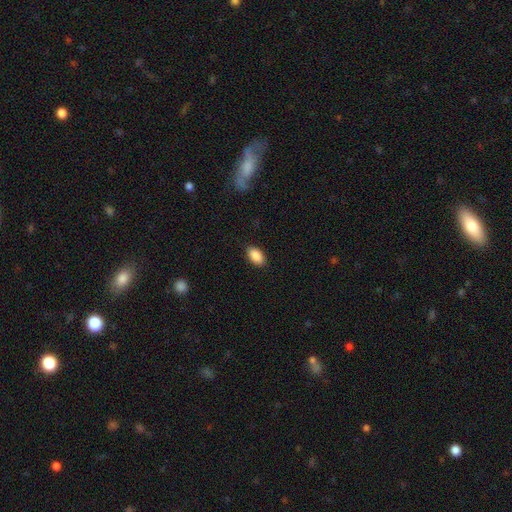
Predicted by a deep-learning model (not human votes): Smooth or featured?
  - smooth: 89% *
  - star or artifact: 7%
  - featured or disk: 4%
How rounded?
  - in between: 93% *
  - round: 5%
  - cigar-shaped: 2%
Merging?
  - none: 87% *
  - minor disturbance: 9%
  - major disturbance: 2%
  - merger: 1%